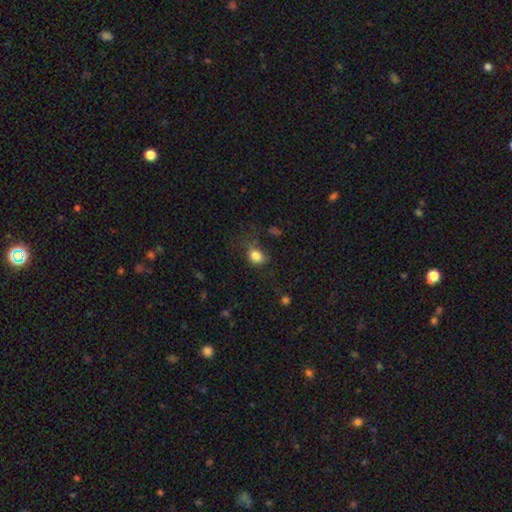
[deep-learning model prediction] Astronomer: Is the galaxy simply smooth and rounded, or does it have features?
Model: smooth — 82%.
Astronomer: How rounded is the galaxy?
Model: in between — 50% (runner-up: round, 49%).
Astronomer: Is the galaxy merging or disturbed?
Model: none — 54%.